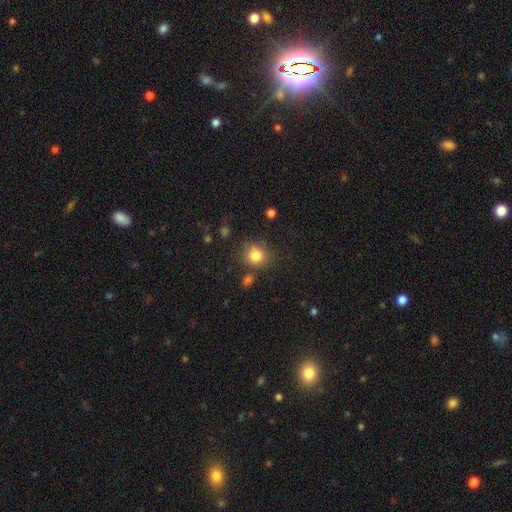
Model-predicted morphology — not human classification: This appears to be a smooth galaxy with no disk features (82%) that is round (81%). Merging: none (74%).